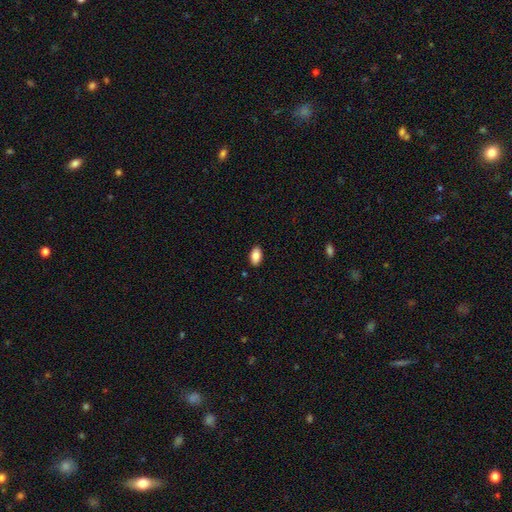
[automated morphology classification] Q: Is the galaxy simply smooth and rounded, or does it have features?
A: smooth — 86%.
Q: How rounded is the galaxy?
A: in between — 93%.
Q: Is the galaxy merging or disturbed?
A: none — 89%.